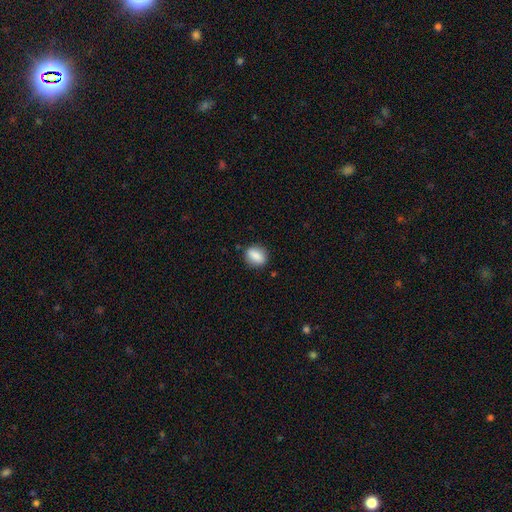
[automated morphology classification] Q: Smooth or featured?
A: smooth (83%); runner-up: featured or disk (10%)
Q: How rounded?
A: in between (63%); runner-up: round (32%)
Q: Merging?
A: none (85%); runner-up: minor disturbance (11%)